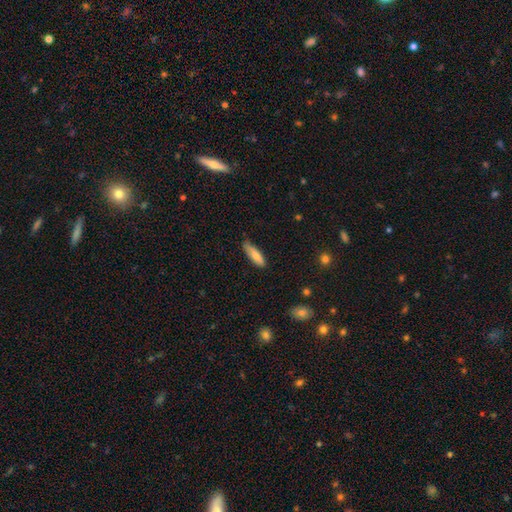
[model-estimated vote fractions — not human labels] Q: Smooth or featured?
A: smooth (79%); runner-up: featured or disk (15%)
Q: How rounded?
A: cigar-shaped (60%); runner-up: in between (38%)
Q: Merging?
A: none (73%); runner-up: minor disturbance (22%)